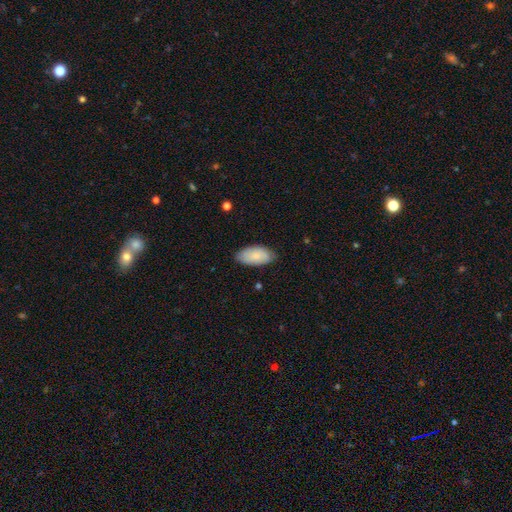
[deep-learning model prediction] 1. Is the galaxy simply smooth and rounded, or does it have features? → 83% smooth, 12% featured or disk, 6% star or artifact.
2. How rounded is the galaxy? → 95% in between, 3% cigar-shaped, 2% round.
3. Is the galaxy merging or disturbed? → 78% none, 19% minor disturbance, 3% major disturbance, 1% merger.